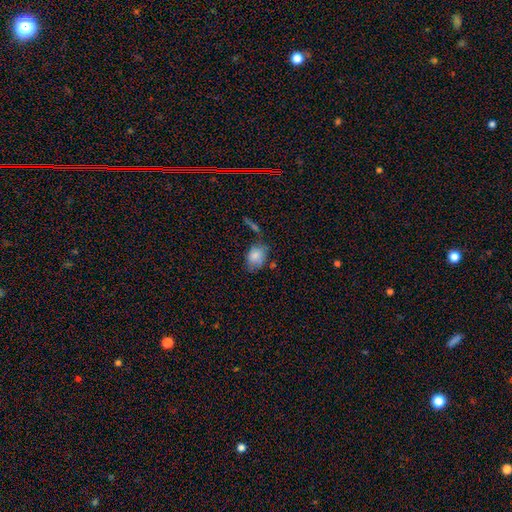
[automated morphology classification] Overall: smooth (82%). How rounded: in between (72%). Merging: none (57%; minor disturbance 26%).